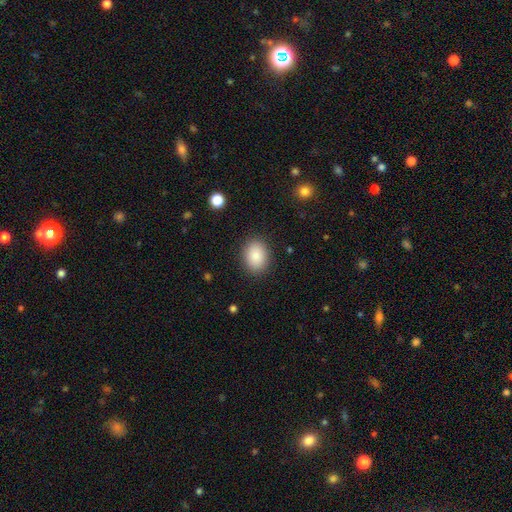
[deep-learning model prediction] smooth 88%, star or artifact 7%, featured or disk 5%. Down the decision tree: how rounded — in between (62%); merging — none (88%).